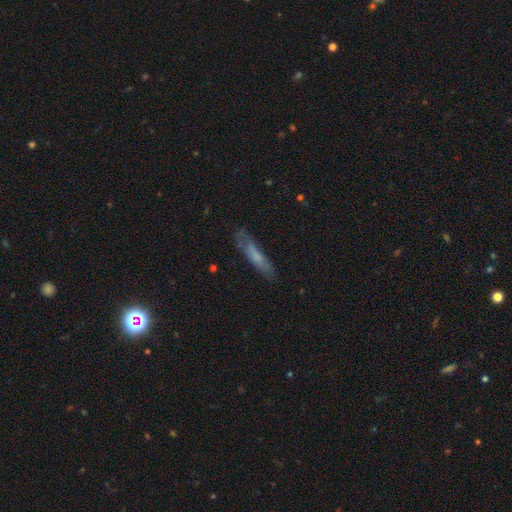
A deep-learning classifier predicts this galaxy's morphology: A smooth galaxy with no disk features (61%) that is cigar-shaped (83%). Merging: none (74%).